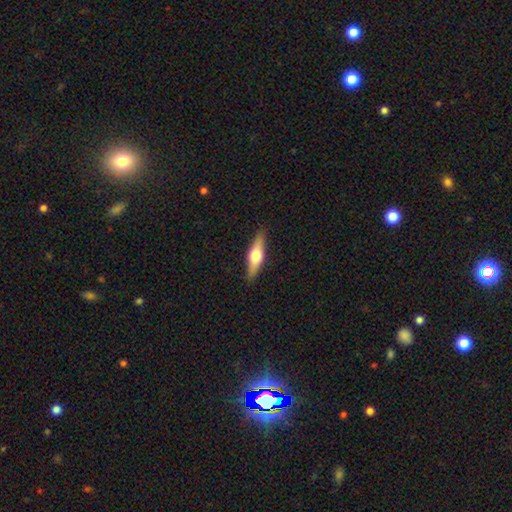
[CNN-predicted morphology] A featured or disk galaxy (51%) viewed edge-on (92%). Merging: none (88%).